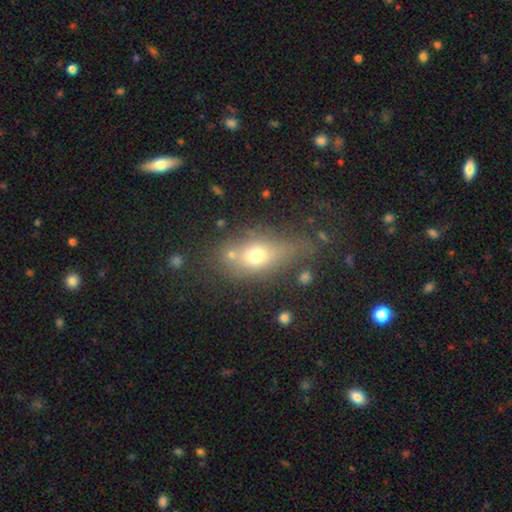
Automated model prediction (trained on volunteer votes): Smooth or featured: smooth — 65% (featured or disk — 22%)
How rounded: in between — 68% (round — 22%)
Merging: none — 51% (minor disturbance — 23%)